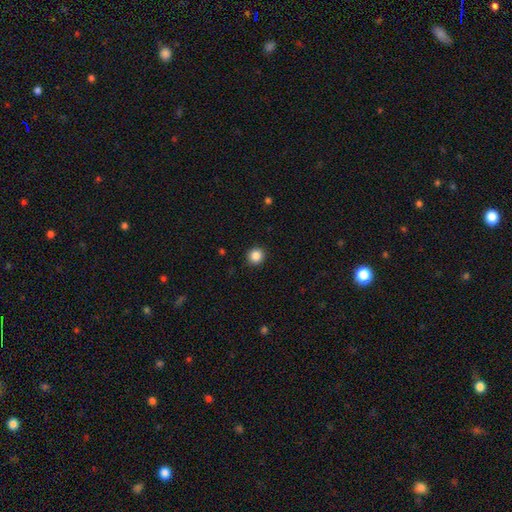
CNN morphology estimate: This is clearly a smooth galaxy (87%). How rounded: clearly round (92%). Merging: clearly none (92%).